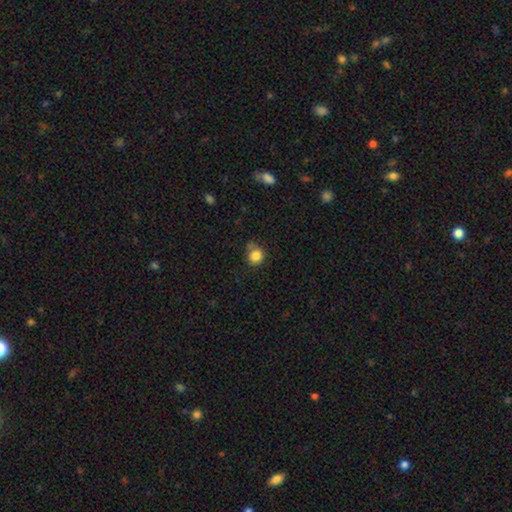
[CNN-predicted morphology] smooth-or-featured: smooth: 84% | star or artifact: 11% | featured or disk: 5%
  how-rounded: round: 84% | in between: 15% | cigar-shaped: 1%
  merging: none: 64% | minor disturbance: 20% | merger: 10% | major disturbance: 5%